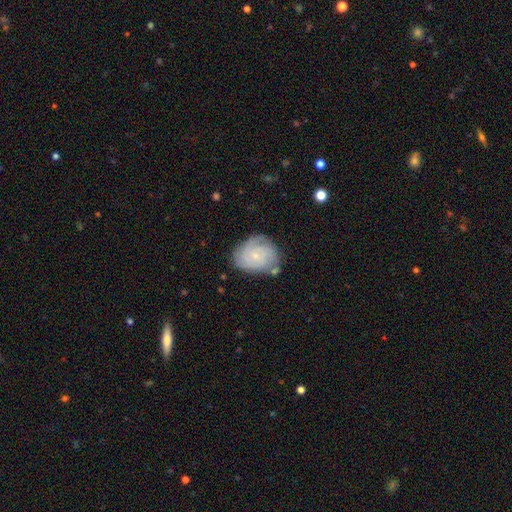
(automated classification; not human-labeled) This appears to be a featured or disk galaxy (75%) with no bar (78%), 3 (32%) tight (72%) spiral arms (95%) and a small central bulge (80%). Merging: none (68%).